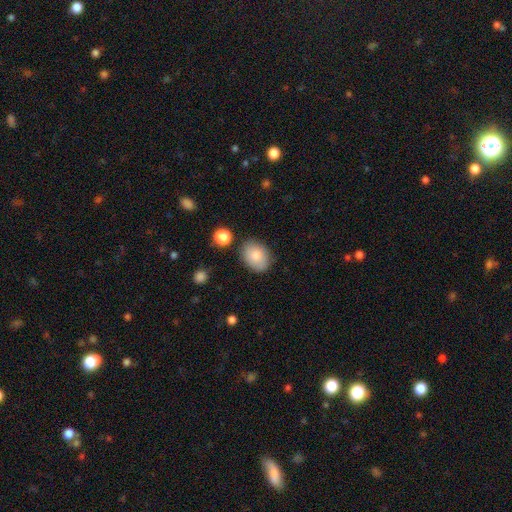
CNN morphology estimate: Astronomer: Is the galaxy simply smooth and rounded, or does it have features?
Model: smooth — 84%.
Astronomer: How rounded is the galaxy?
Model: in between — 69%.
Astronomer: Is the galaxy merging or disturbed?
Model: none — 80%.